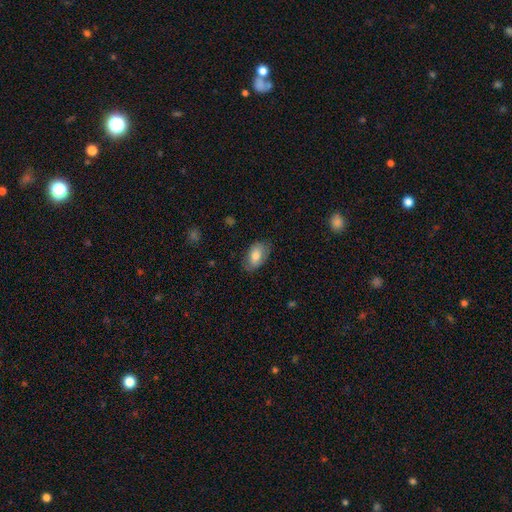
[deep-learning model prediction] Smooth or featured? Predicted: smooth (p=0.75). How rounded? Predicted: in between (p=0.92). Merging? Predicted: none (p=0.77).